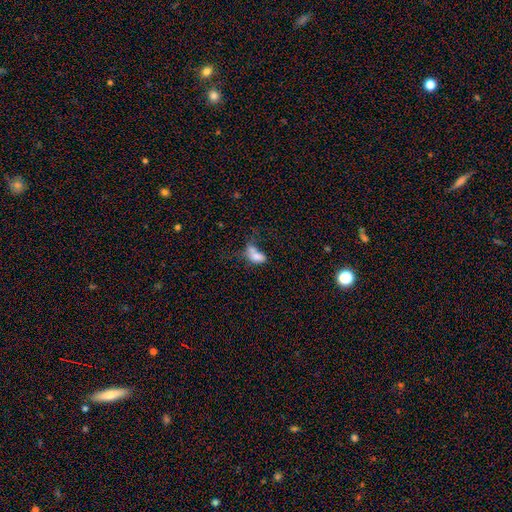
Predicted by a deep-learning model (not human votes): Smooth or featured?
  - smooth: 71% *
  - featured or disk: 17%
  - star or artifact: 12%
How rounded?
  - in between: 86% *
  - round: 10%
  - cigar-shaped: 4%
Merging?
  - merger: 34% *
  - major disturbance: 27%
  - none: 21%
  - minor disturbance: 18%